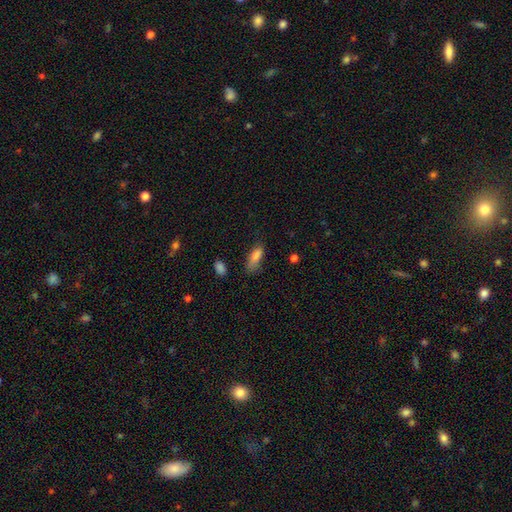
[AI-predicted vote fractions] This is clearly a smooth galaxy (81%). How rounded: likely in between (68%). Merging: possibly none (55%).